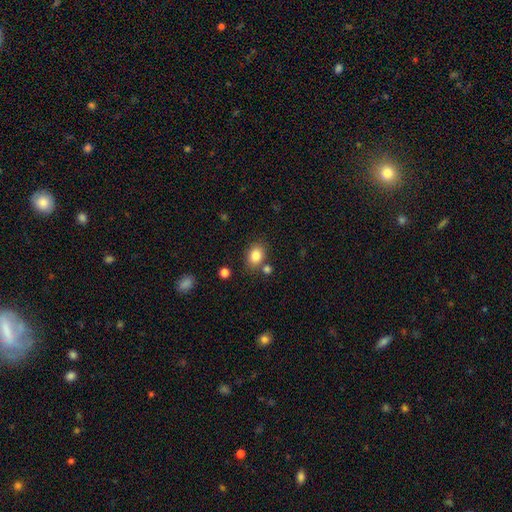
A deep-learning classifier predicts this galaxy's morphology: Smooth or featured: smooth — 83% (star or artifact — 10%)
How rounded: in between — 63% (round — 35%)
Merging: none — 73% (minor disturbance — 13%)